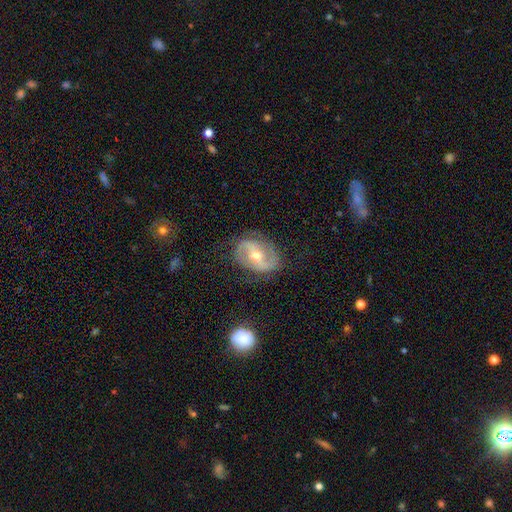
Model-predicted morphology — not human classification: This appears to be a featured or disk galaxy (80%) with a strong bar (37%), 2 (87%) medium (44%) spiral arms (86%) and a moderate central bulge (58%). Merging: none (75%).